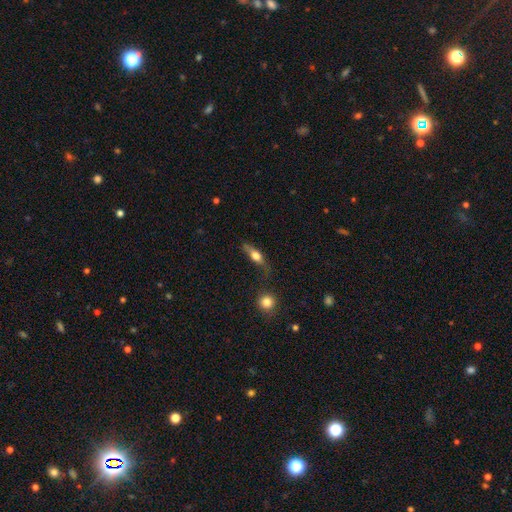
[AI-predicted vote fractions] Q: Smooth or featured?
A: smooth (56%); runner-up: featured or disk (36%)
Q: How rounded?
A: in between (50%); runner-up: cigar-shaped (43%)
Q: Merging?
A: none (57%); runner-up: minor disturbance (26%)